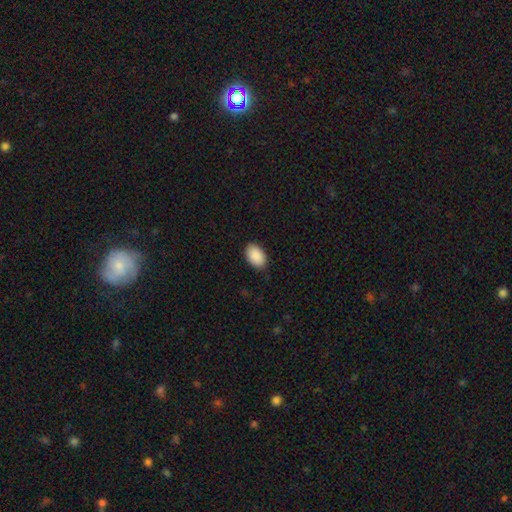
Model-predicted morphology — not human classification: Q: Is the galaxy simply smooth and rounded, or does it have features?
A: smooth — 91%.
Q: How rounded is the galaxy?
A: in between — 92%.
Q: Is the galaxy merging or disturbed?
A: none — 87%.